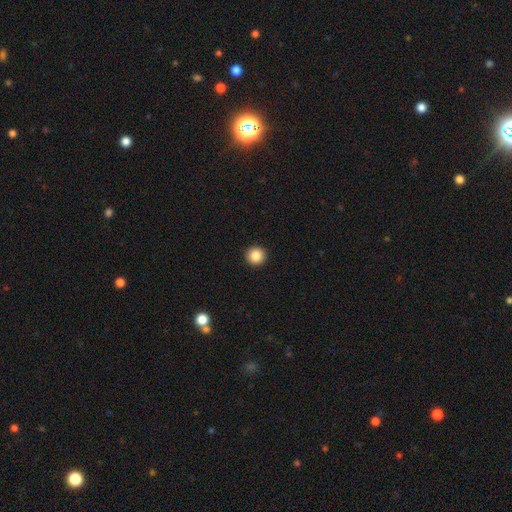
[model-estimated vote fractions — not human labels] Q: Smooth or featured?
A: smooth (86%); runner-up: star or artifact (10%)
Q: How rounded?
A: round (96%); runner-up: in between (3%)
Q: Merging?
A: none (93%); runner-up: minor disturbance (4%)